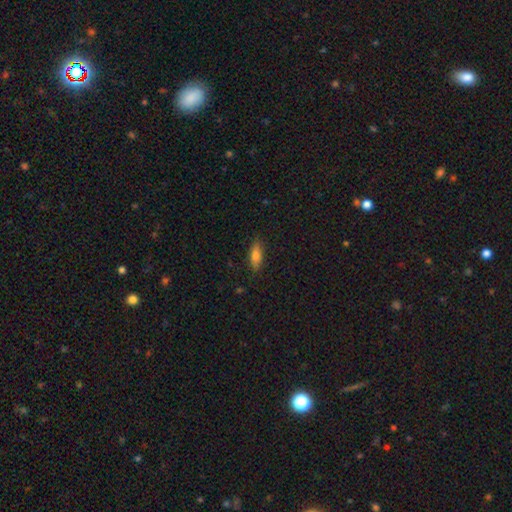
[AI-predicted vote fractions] A smooth galaxy with no disk features (76%) that is in between round and cigar-shaped (68%).

Vote fractions:
- Smooth or featured? smooth: 76% / featured or disk: 16% / star or artifact: 8%
- How rounded? in between: 68% / cigar-shaped: 29% / round: 3%
- Merging? none: 84% / minor disturbance: 13% / major disturbance: 2% / merger: 1%